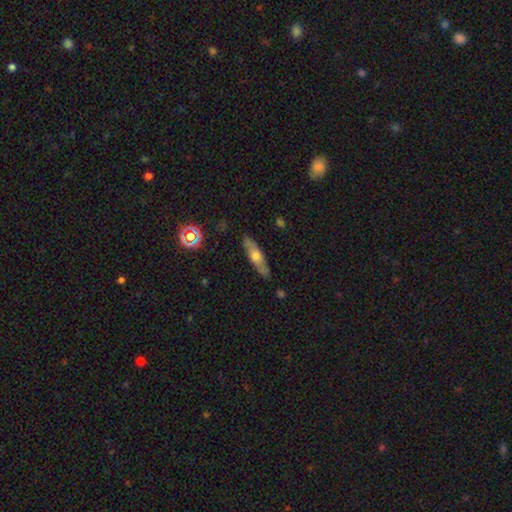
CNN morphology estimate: smooth-or-featured: featured or disk: 49% | smooth: 44% | star or artifact: 8%
  merging: none: 85% | minor disturbance: 11% | major disturbance: 2% | merger: 1%